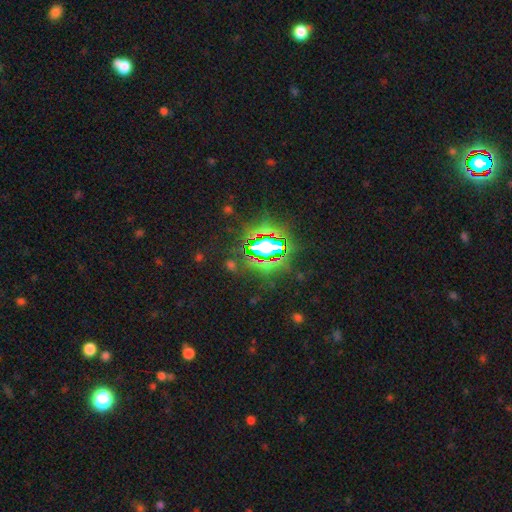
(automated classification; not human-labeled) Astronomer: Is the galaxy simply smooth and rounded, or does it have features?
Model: star or artifact — 82%.